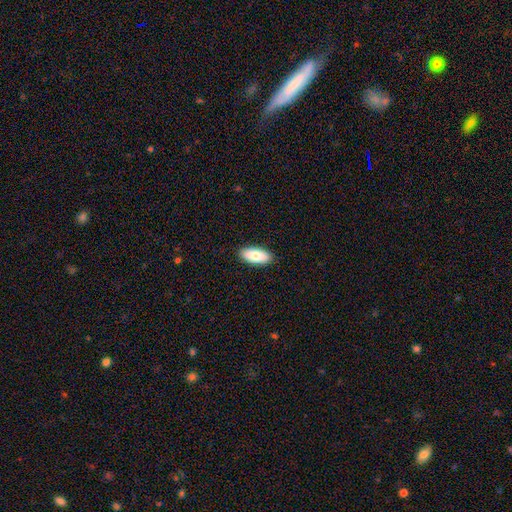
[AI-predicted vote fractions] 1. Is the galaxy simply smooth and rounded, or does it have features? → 83% smooth, 11% featured or disk, 6% star or artifact.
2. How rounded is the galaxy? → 87% in between, 11% cigar-shaped, 2% round.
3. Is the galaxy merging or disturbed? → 90% none, 8% minor disturbance, 2% major disturbance, 1% merger.